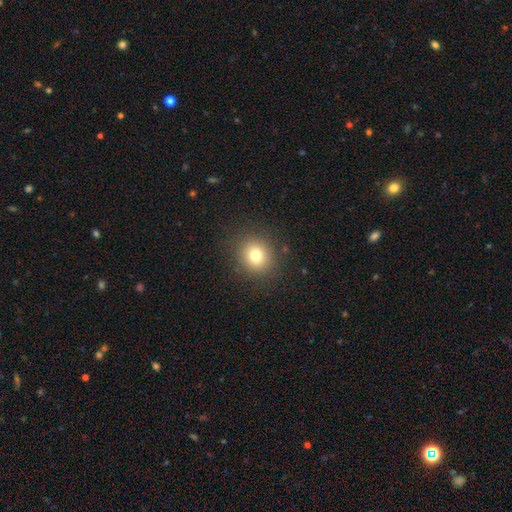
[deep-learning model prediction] Q: Smooth or featured?
A: smooth (77%); runner-up: star or artifact (13%)
Q: How rounded?
A: round (85%); runner-up: in between (14%)
Q: Merging?
A: none (88%); runner-up: minor disturbance (7%)